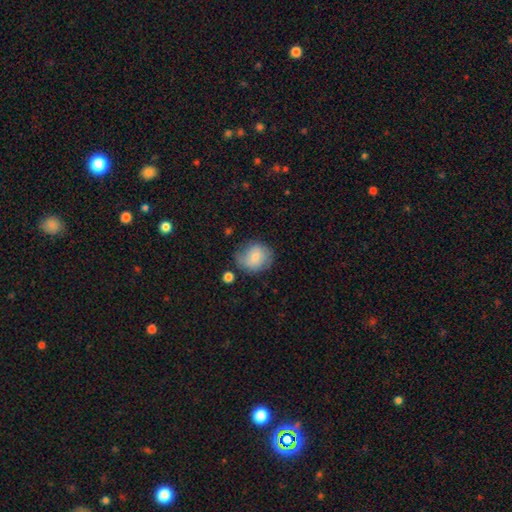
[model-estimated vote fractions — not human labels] smooth 74%, featured or disk 18%, star or artifact 8%. Down the decision tree: how rounded — round (75%); merging — none (59%).